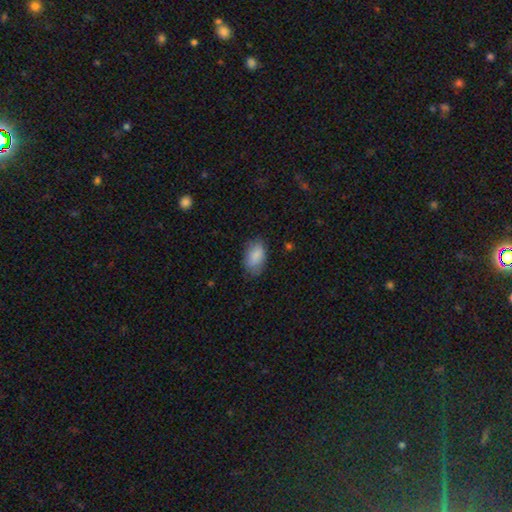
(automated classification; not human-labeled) Morphology: type=smooth (85%); roundness=in between (91%); merging=none (69%).